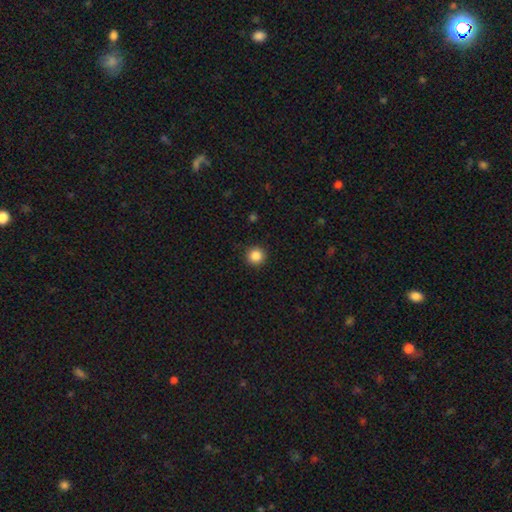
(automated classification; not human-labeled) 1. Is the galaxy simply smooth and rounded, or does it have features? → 86% smooth, 11% star or artifact, 4% featured or disk.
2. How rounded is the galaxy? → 95% round, 4% in between, 1% cigar-shaped.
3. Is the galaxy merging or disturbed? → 92% none, 5% minor disturbance, 2% major disturbance, 1% merger.